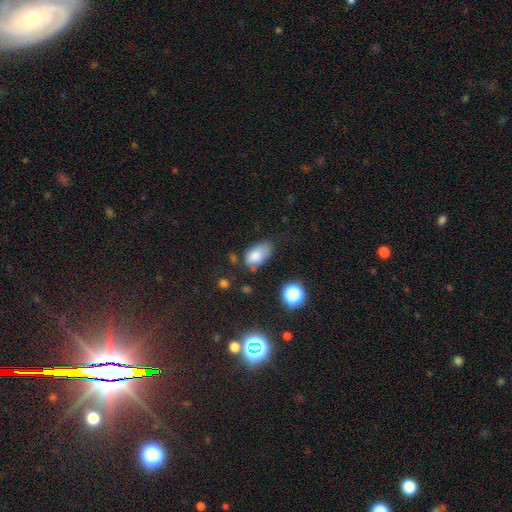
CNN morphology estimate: Smooth or featured? smooth (78%)
How rounded? in between (91%)
Merging? none (44%)